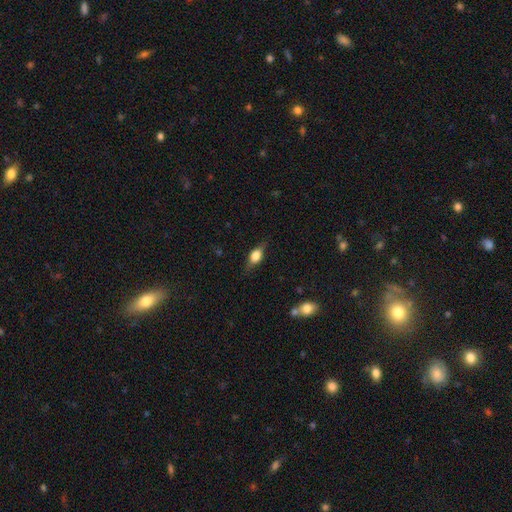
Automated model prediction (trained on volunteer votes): Morphology: type=smooth (65%); roundness=in between (75%); merging=none (74%).